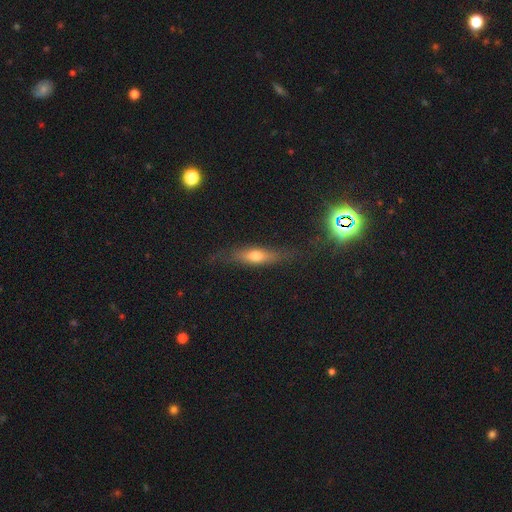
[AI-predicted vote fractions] Smooth or featured: smooth — 52% (featured or disk — 40%)
How rounded: cigar-shaped — 63% (in between — 33%)
Merging: none — 76% (minor disturbance — 16%)